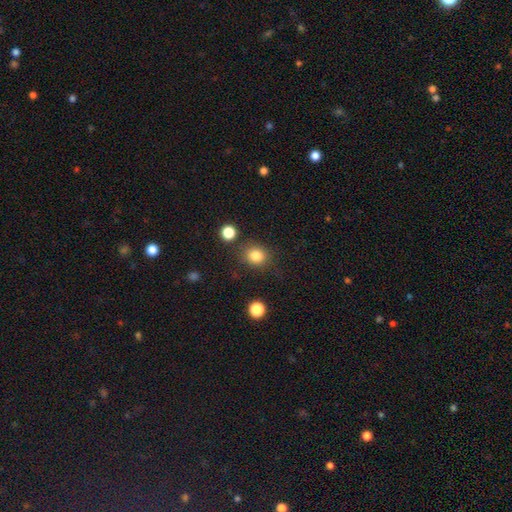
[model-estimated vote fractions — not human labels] Overall: smooth (84%). How rounded: round (77%). Merging: none (81%).